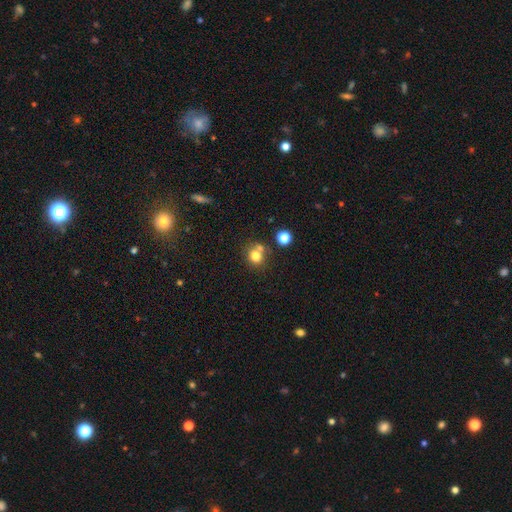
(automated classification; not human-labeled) smooth-or-featured: smooth: 77% | star or artifact: 13% | featured or disk: 10%
  how-rounded: round: 80% | in between: 19% | cigar-shaped: 1%
  merging: none: 57% | merger: 29% | minor disturbance: 10% | major disturbance: 4%